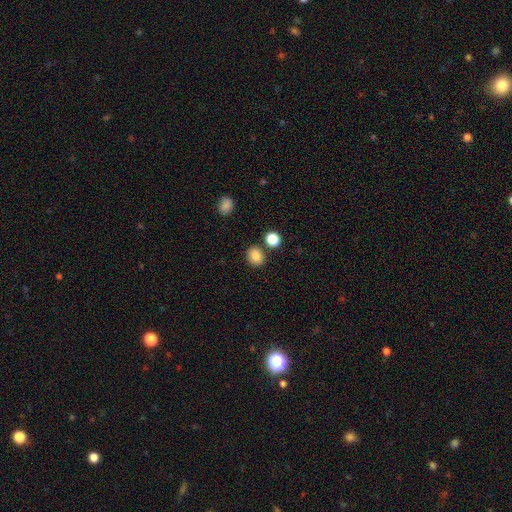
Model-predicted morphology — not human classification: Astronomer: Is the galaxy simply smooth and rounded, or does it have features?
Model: smooth — 85%.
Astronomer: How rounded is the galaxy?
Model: round — 65%.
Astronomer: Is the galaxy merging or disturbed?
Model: none — 79%.